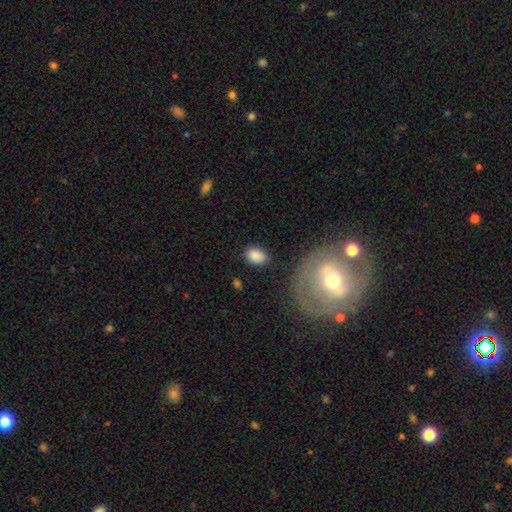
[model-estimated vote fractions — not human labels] smooth-or-featured: smooth: 87% | star or artifact: 8% | featured or disk: 5%
  how-rounded: in between: 77% | round: 22% | cigar-shaped: 1%
  merging: none: 82% | minor disturbance: 12% | major disturbance: 3% | merger: 2%